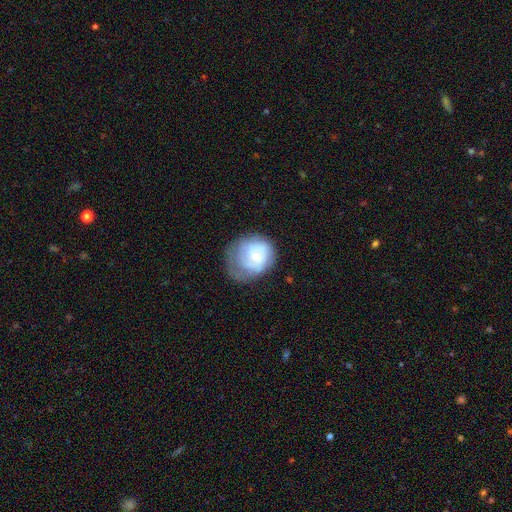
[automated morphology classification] featured or disk 53%, smooth 39%, star or artifact 7%. Down the decision tree: edge-on disk — no (98%); bar — no (73%); spiral arms — yes (75%); bulge size — small (61%); merging — none (47%).